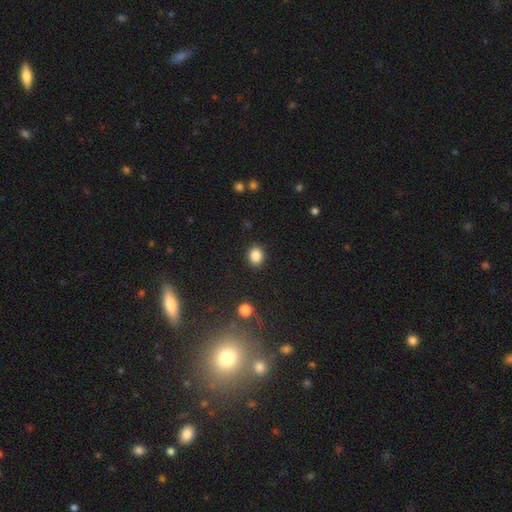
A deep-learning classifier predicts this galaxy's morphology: Smooth or featured? smooth (86%)
How rounded? round (69%)
Merging? none (90%)